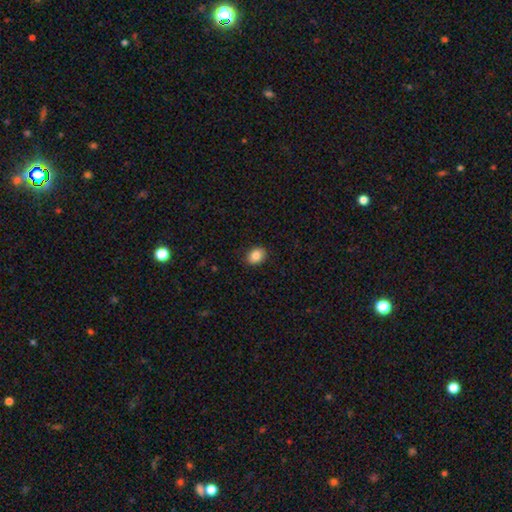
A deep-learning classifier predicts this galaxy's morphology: This appears to be a smooth galaxy with no disk features (87%) that is in between round and cigar-shaped (64%). Merging: none (89%).